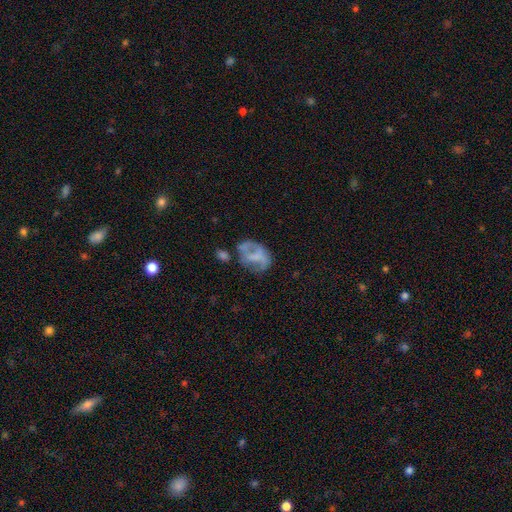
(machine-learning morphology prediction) Smooth or featured? featured or disk (49%)
Merging? none (37%)